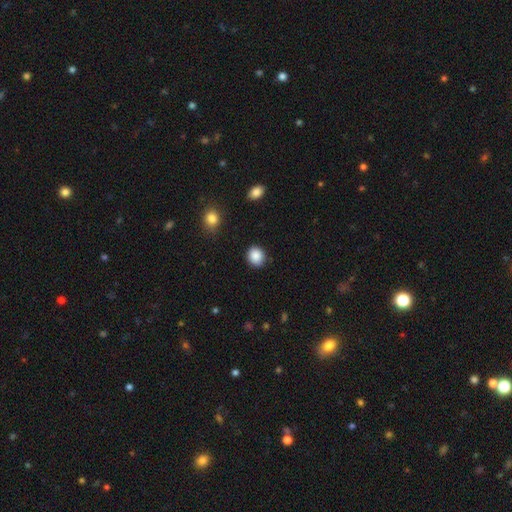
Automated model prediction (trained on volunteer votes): Smooth or featured?
  - smooth: 88% *
  - star or artifact: 8%
  - featured or disk: 3%
How rounded?
  - round: 73% *
  - in between: 26%
  - cigar-shaped: 1%
Merging?
  - none: 88% *
  - minor disturbance: 8%
  - major disturbance: 2%
  - merger: 1%